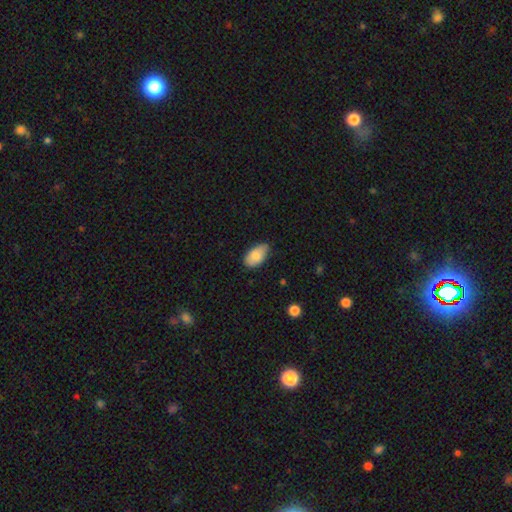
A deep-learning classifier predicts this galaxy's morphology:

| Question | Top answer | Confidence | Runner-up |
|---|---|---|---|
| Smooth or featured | smooth | 83% | featured or disk (11%) |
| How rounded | in between | 95% | round (4%) |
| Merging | none | 68% | minor disturbance (27%) |